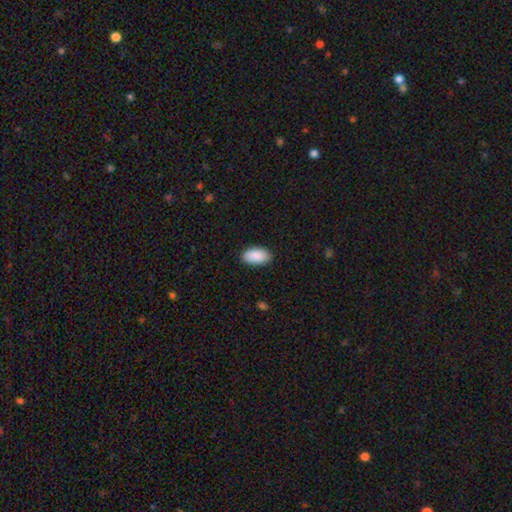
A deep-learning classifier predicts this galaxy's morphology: Overall: smooth (91%). How rounded: in between (95%). Merging: none (88%).